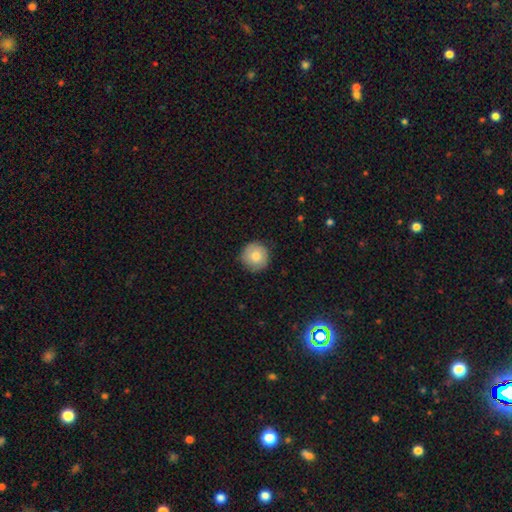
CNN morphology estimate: type=smooth (79%); roundness=round (95%); merging=none (87%).